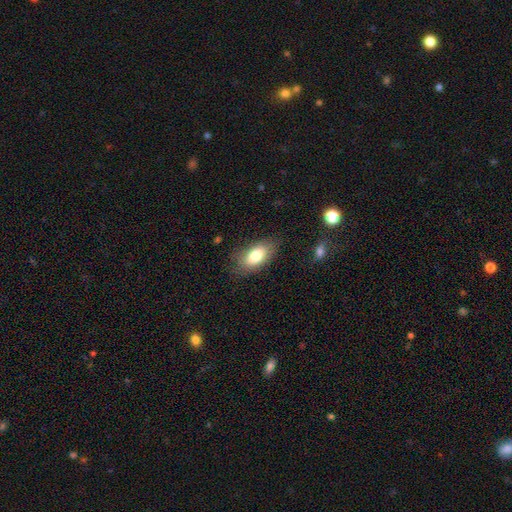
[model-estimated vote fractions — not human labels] A smooth galaxy with no disk features (77%) that is in between round and cigar-shaped (90%).

Vote fractions:
- Smooth or featured? smooth: 77% / featured or disk: 16% / star or artifact: 7%
- How rounded? in between: 90% / round: 5% / cigar-shaped: 4%
- Merging? none: 77% / minor disturbance: 17% / major disturbance: 5% / merger: 2%